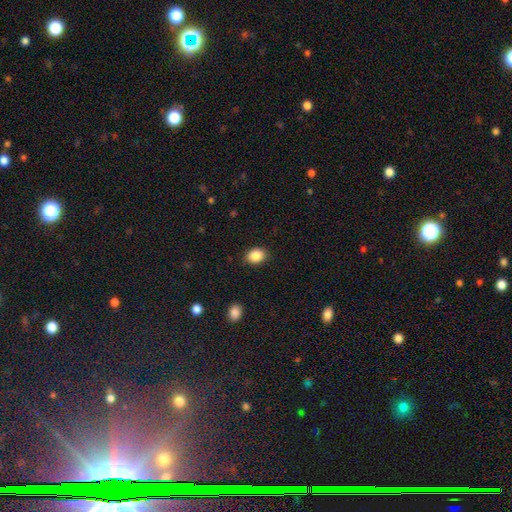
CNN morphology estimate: This is clearly a smooth galaxy (88%). How rounded: likely in between (68%). Merging: clearly none (87%).